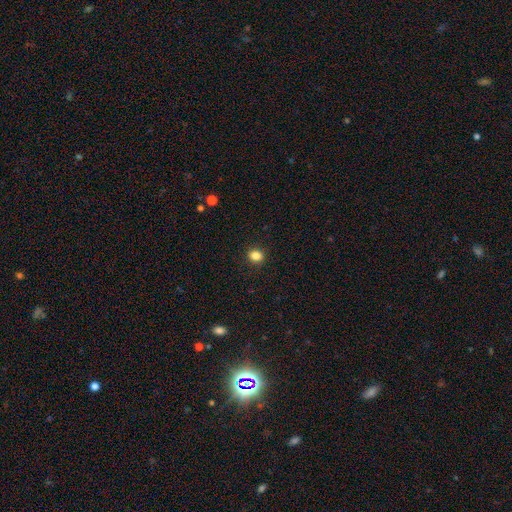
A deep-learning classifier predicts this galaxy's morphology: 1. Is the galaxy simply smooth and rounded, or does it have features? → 84% smooth, 11% star or artifact, 4% featured or disk.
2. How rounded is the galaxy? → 70% round, 29% in between, 1% cigar-shaped.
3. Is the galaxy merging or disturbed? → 91% none, 6% minor disturbance, 2% major disturbance, 1% merger.